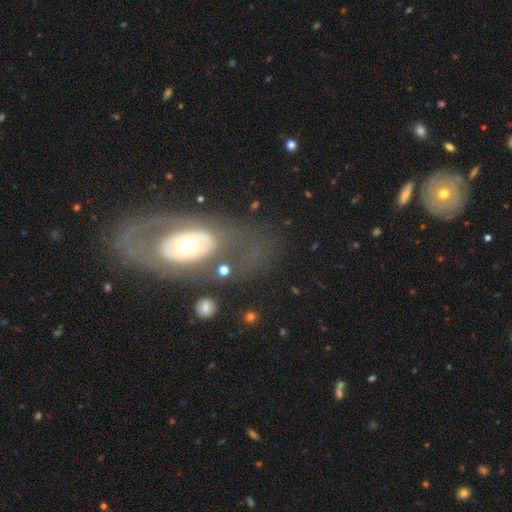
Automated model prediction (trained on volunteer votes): Smooth or featured: featured or disk — 68% (smooth — 25%)
Edge-on disk: no — 91% (yes — 9%)
Bar: no — 80% (weak — 13%)
Spiral arms: no — 71% (yes — 29%)
Bulge size: moderate — 61% (large — 20%)
Merging: none — 71% (major disturbance — 13%)